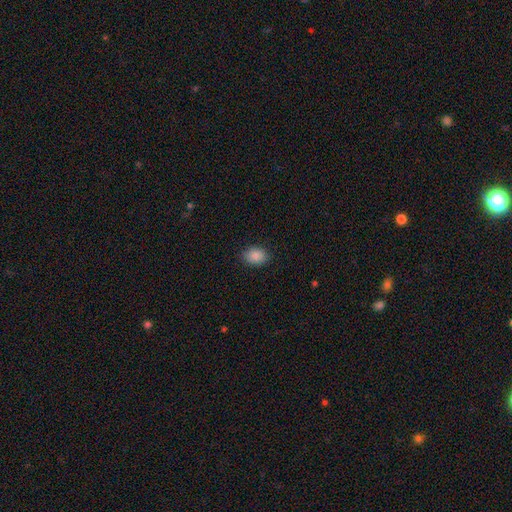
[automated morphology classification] Smooth or featured? smooth (88%)
How rounded? in between (68%)
Merging? none (87%)